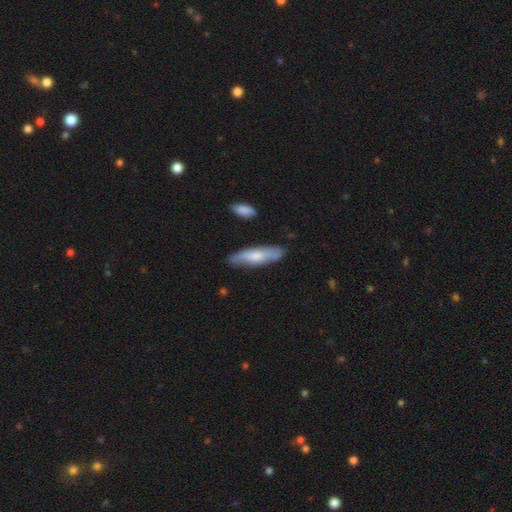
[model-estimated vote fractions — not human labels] smooth_or_featured: smooth (p=0.55) [alt: featured or disk p=0.39]
how_rounded: cigar-shaped (p=0.68) [alt: in between p=0.30]
merging: none (p=0.80) [alt: minor disturbance p=0.15]